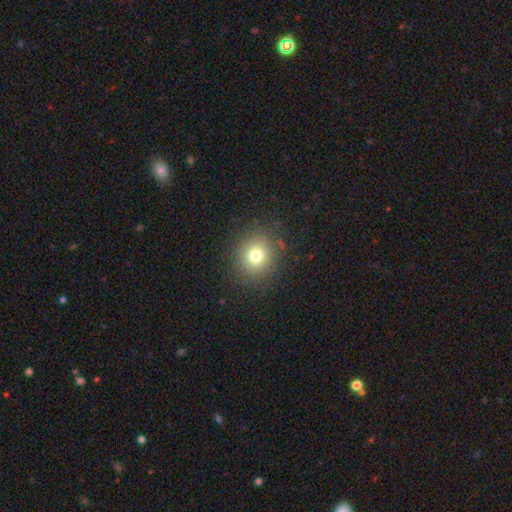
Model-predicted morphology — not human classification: smooth_or_featured: smooth (p=0.75) [alt: star or artifact p=0.15]
how_rounded: round (p=0.85) [alt: in between p=0.14]
merging: none (p=0.87) [alt: minor disturbance p=0.08]